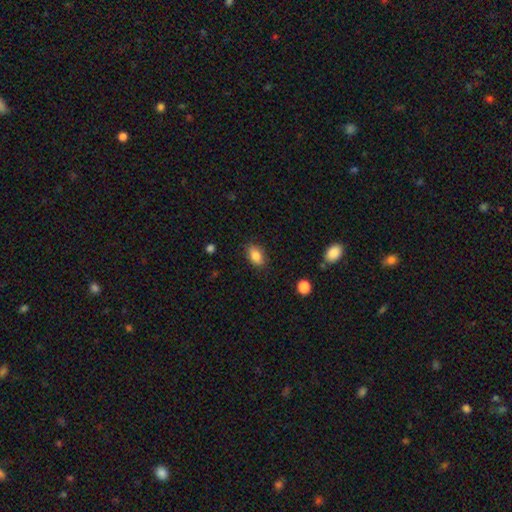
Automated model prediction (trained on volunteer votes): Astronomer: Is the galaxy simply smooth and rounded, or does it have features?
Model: smooth — 84%.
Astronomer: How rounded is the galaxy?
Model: in between — 87%.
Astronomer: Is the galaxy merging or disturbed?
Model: none — 83%.